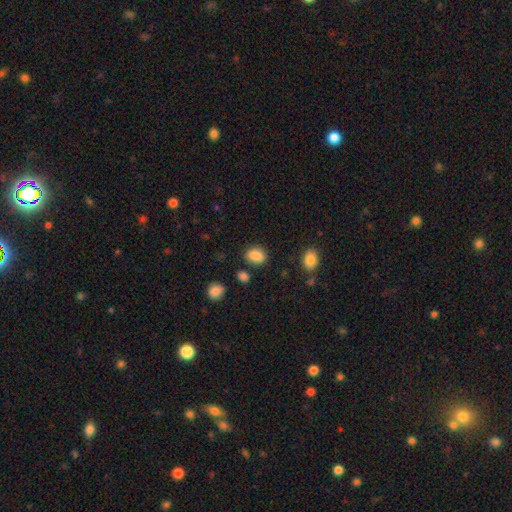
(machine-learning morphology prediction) Smooth or featured: smooth — 86% (star or artifact — 9%)
How rounded: in between — 68% (round — 31%)
Merging: none — 81% (minor disturbance — 12%)